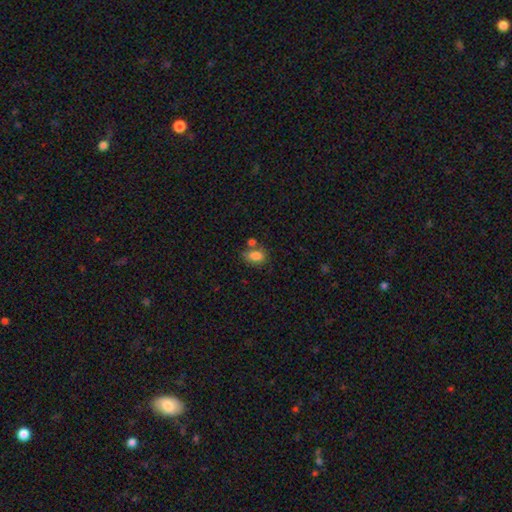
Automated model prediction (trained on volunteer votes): Morphology: type=smooth (83%); roundness=in between (80%); merging=none (50%).